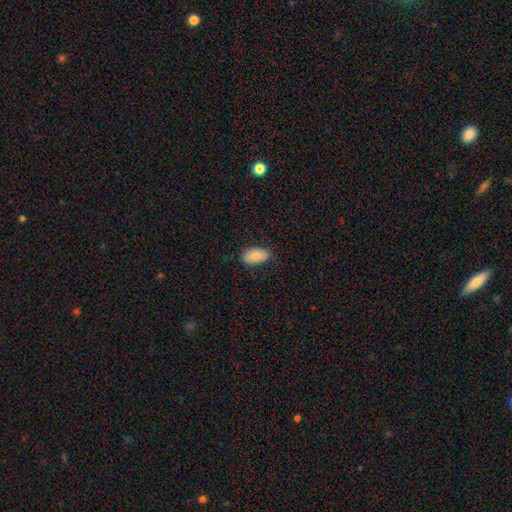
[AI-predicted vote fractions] Smooth or featured? smooth (77%)
How rounded? in between (93%)
Merging? none (81%)